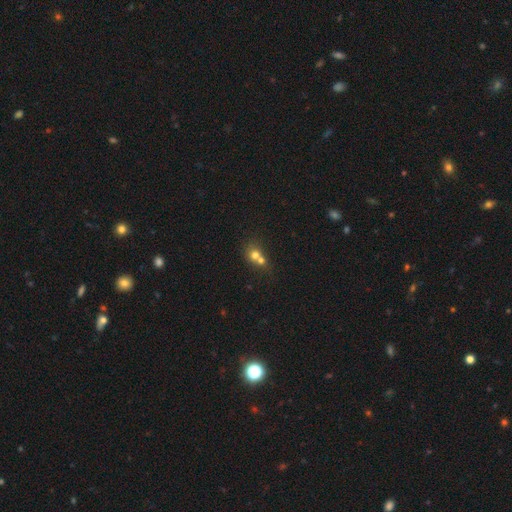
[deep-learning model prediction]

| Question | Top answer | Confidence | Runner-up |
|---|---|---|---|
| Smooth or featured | smooth | 69% | featured or disk (18%) |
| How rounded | round | 75% | in between (24%) |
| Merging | merger | 65% | none (26%) |